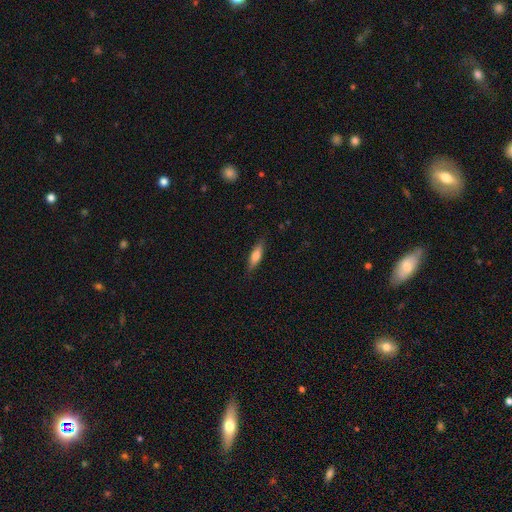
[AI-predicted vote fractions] smooth_or_featured: smooth (p=0.68) [alt: featured or disk p=0.26]
how_rounded: cigar-shaped (p=0.57) [alt: in between p=0.41]
merging: none (p=0.84) [alt: minor disturbance p=0.13]